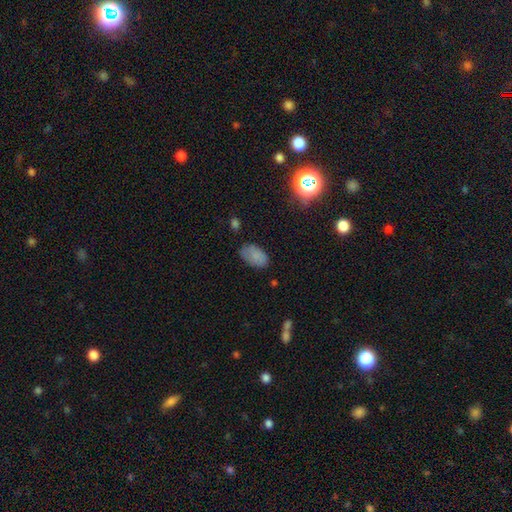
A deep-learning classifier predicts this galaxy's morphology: smooth-or-featured: smooth: 83% | star or artifact: 10% | featured or disk: 7%
  how-rounded: in between: 94% | round: 5% | cigar-shaped: 1%
  merging: none: 72% | minor disturbance: 21% | major disturbance: 5% | merger: 2%